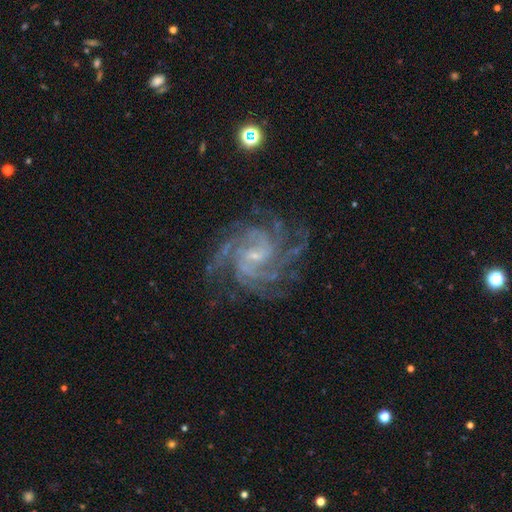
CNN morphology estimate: Q: Smooth or featured?
A: featured or disk (91%); runner-up: star or artifact (6%)
Q: Edge-on disk?
A: no (98%); runner-up: yes (2%)
Q: Bar?
A: weak (45%); runner-up: no (41%)
Q: Spiral arms?
A: yes (98%); runner-up: no (2%)
Q: Spiral winding?
A: tight (57%); runner-up: medium (38%)
Q: Spiral arm count?
A: 4 (32%); runner-up: 3 (21%)
Q: Bulge size?
A: small (73%); runner-up: moderate (18%)
Q: Merging?
A: none (77%); runner-up: minor disturbance (14%)